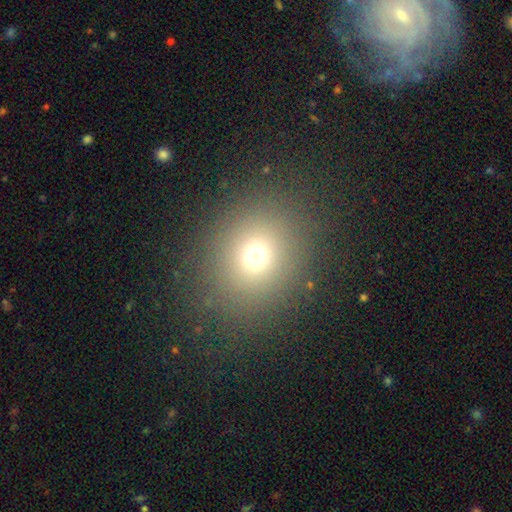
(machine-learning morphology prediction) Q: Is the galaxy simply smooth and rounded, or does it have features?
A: smooth — 70%.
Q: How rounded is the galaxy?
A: round — 78%.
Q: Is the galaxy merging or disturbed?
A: none — 86%.